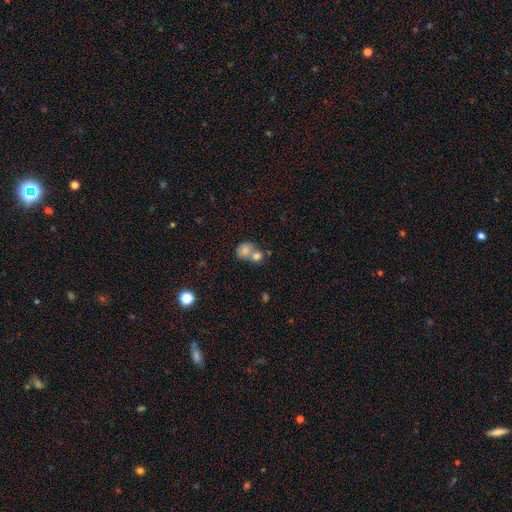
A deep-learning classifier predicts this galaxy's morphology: Smooth or featured?
  - smooth: 75% *
  - featured or disk: 14%
  - star or artifact: 11%
How rounded?
  - round: 68% *
  - in between: 31%
  - cigar-shaped: 1%
Merging?
  - merger: 62% *
  - none: 28%
  - minor disturbance: 7%
  - major disturbance: 3%